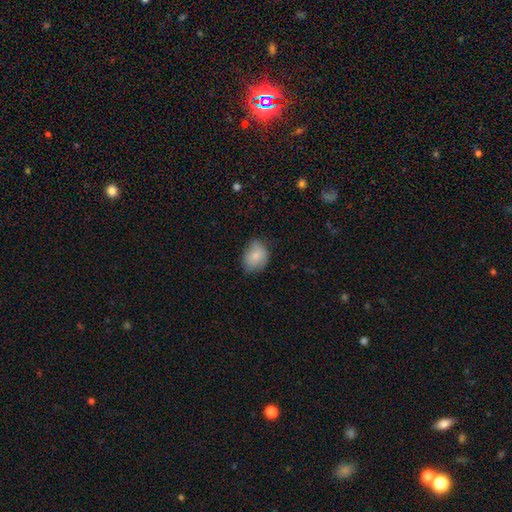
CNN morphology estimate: Overall: smooth (81%). How rounded: in between (57%; round 42%). Merging: none (67%).